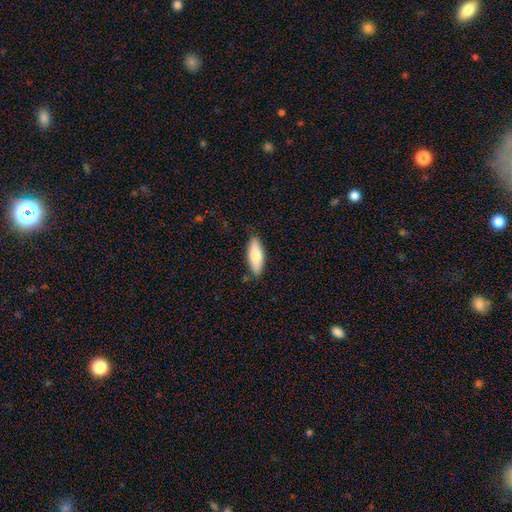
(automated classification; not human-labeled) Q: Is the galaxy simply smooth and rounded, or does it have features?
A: smooth — 76%.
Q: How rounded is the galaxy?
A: in between — 64%.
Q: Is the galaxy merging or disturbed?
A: none — 85%.